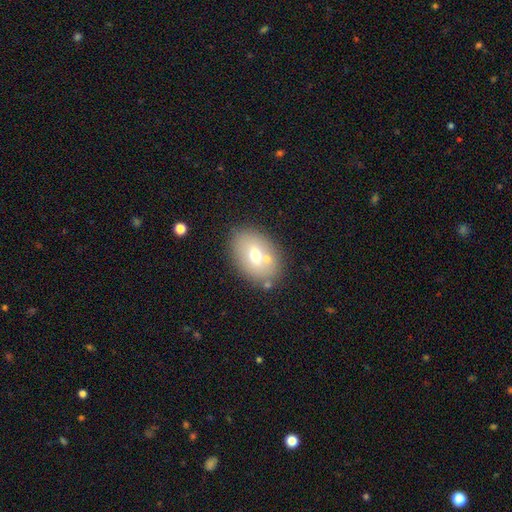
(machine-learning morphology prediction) This appears to be a smooth galaxy with no disk features (64%) that is in between round and cigar-shaped (80%). Merging: none (74%).